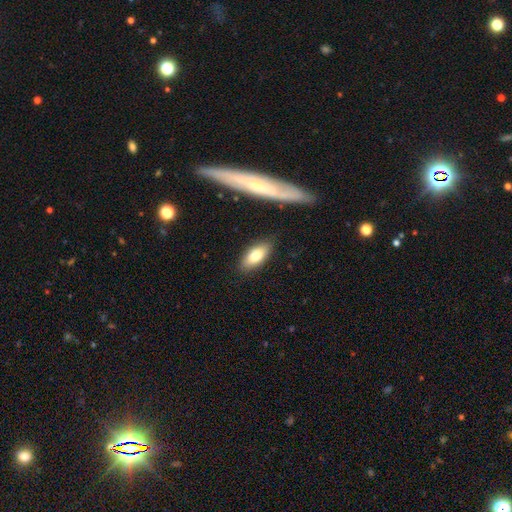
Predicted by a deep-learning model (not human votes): smooth 75%, featured or disk 18%, star or artifact 7%. Down the decision tree: how rounded — in between (85%); merging — none (85%).